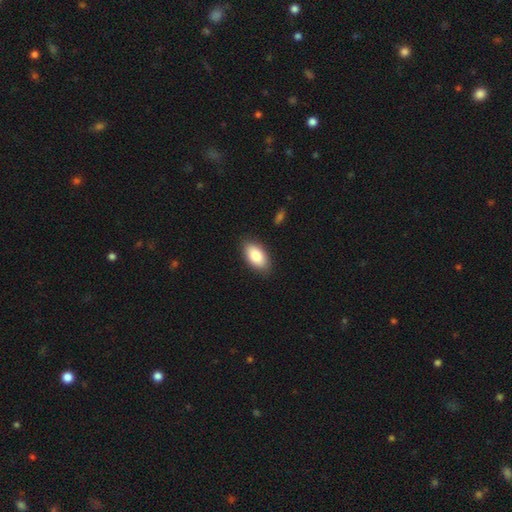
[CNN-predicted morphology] smooth_or_featured: smooth (p=0.84) [alt: featured or disk p=0.09]
how_rounded: in between (p=0.94) [alt: round p=0.03]
merging: none (p=0.87) [alt: minor disturbance p=0.10]